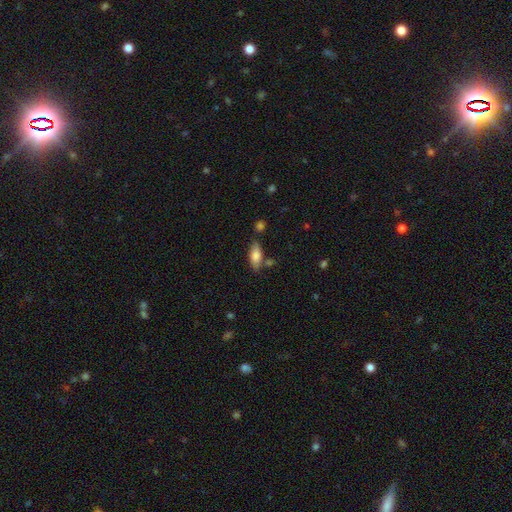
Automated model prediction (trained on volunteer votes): Overall: smooth (77%). How rounded: in between (75%). Merging: none (69%).